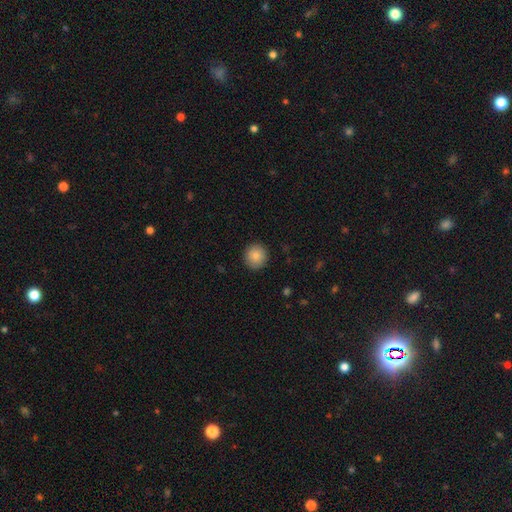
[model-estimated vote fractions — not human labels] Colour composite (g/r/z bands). It shows a smooth galaxy with no disk features (84%) that is round (94%). Merging: none (92%).